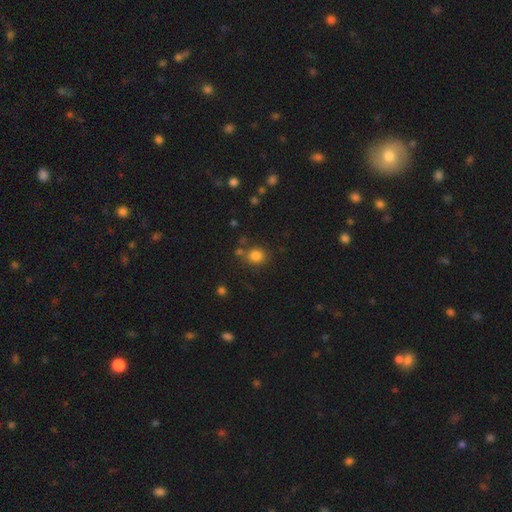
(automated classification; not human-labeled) Q: Smooth or featured?
A: smooth (82%); runner-up: star or artifact (12%)
Q: How rounded?
A: round (77%); runner-up: in between (22%)
Q: Merging?
A: none (75%); runner-up: minor disturbance (12%)